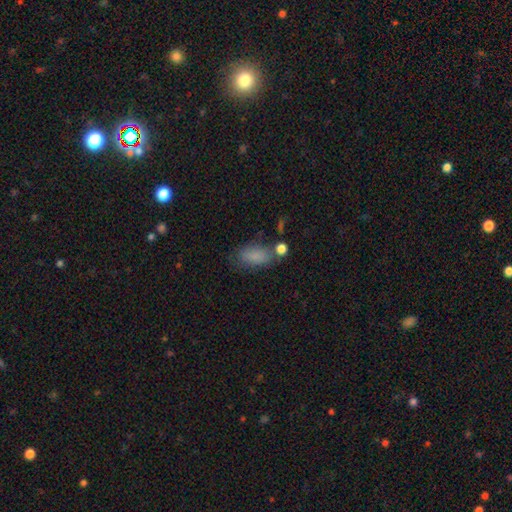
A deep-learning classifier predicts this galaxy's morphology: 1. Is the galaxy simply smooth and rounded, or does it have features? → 82% smooth, 10% star or artifact, 8% featured or disk.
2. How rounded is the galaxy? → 89% in between, 5% cigar-shaped, 5% round.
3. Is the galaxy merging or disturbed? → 60% none, 21% minor disturbance, 11% merger, 8% major disturbance.